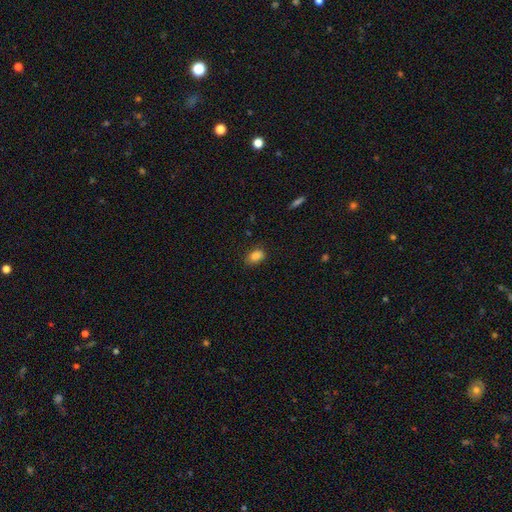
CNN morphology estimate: Overall: smooth (85%). How rounded: in between (80%). Merging: none (78%).